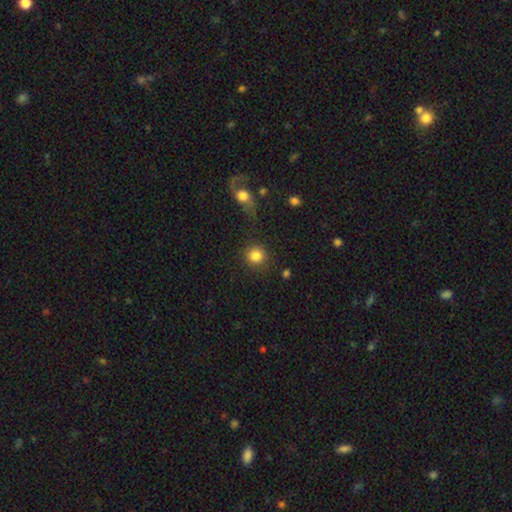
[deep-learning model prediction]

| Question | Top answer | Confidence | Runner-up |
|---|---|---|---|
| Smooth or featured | smooth | 85% | star or artifact (10%) |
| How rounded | round | 91% | in between (8%) |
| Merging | none | 83% | minor disturbance (8%) |